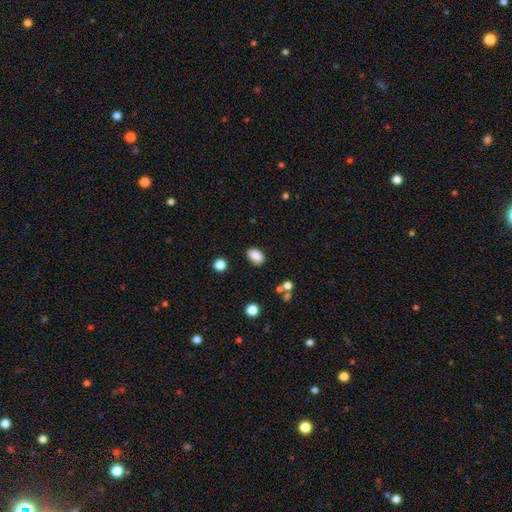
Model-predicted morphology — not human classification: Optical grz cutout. It shows a smooth galaxy with no disk features (87%) that is in between round and cigar-shaped (87%). Merging: none (85%).